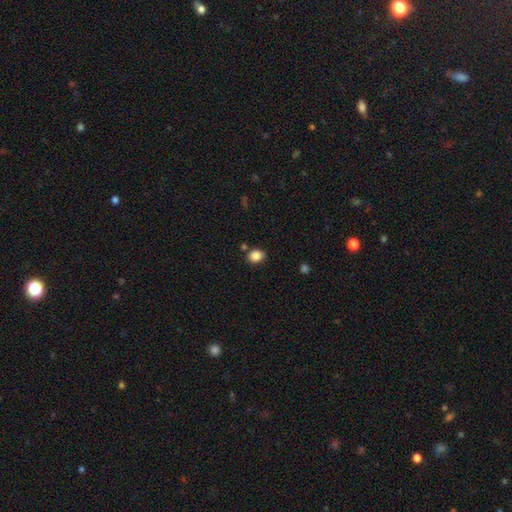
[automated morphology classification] type=smooth (86%); roundness=in between (52%); merging=none (79%).